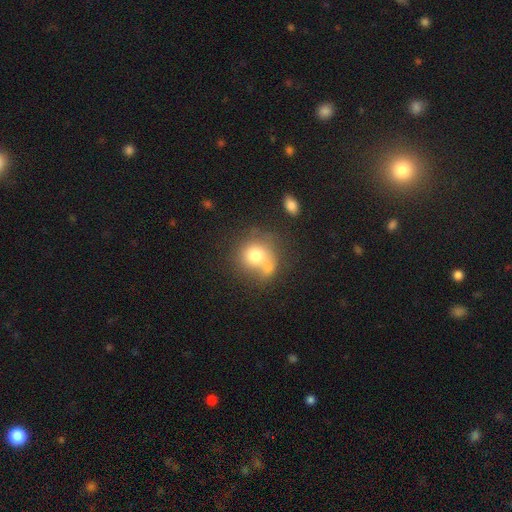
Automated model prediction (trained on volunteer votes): Morphology: type=smooth (71%); roundness=round (80%); merging=none (39%).